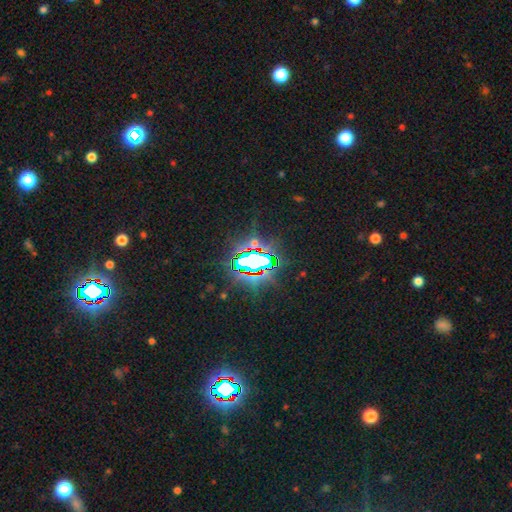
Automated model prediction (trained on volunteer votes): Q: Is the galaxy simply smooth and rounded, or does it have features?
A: star or artifact — 83%.